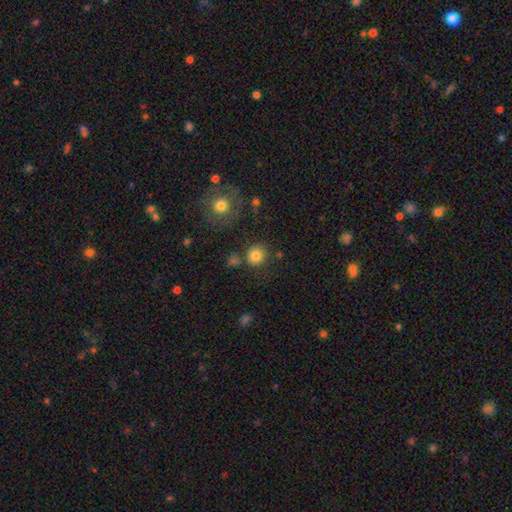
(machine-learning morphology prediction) Q: Smooth or featured?
A: smooth (82%); runner-up: star or artifact (12%)
Q: How rounded?
A: round (91%); runner-up: in between (8%)
Q: Merging?
A: none (78%); runner-up: minor disturbance (10%)